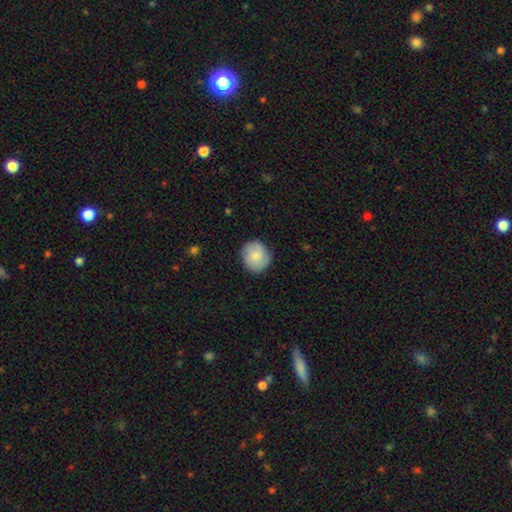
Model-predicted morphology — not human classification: Overall: smooth (72%). How rounded: round (82%). Merging: none (84%).